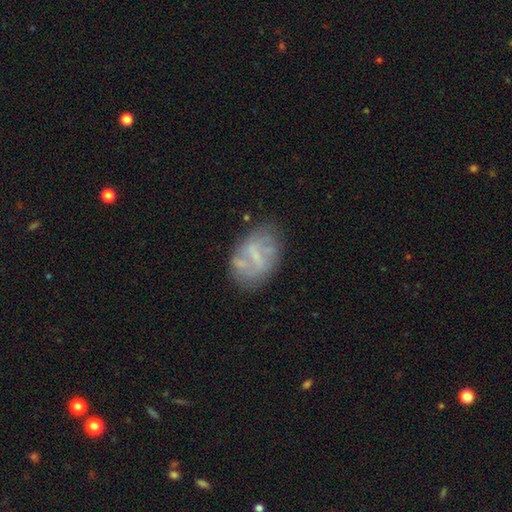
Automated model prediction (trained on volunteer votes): Q: Smooth or featured?
A: featured or disk (64%); runner-up: smooth (27%)
Q: Edge-on disk?
A: no (97%); runner-up: yes (3%)
Q: Bar?
A: weak (46%); runner-up: no (28%)
Q: Spiral arms?
A: yes (51%); runner-up: no (49%)
Q: Bulge size?
A: none (46%); runner-up: small (39%)
Q: Merging?
A: none (60%); runner-up: minor disturbance (22%)